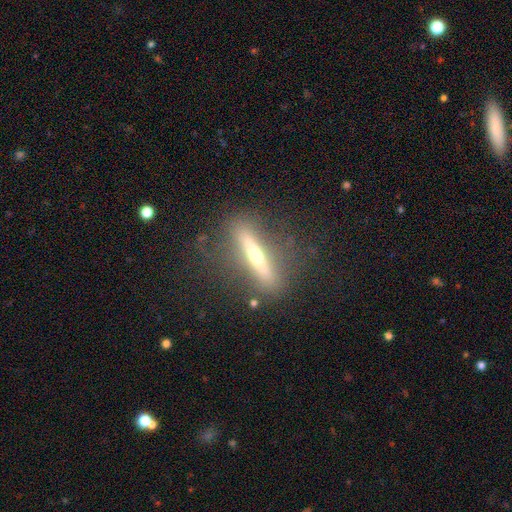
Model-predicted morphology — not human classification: type=featured or disk (64%); edge-on=yes (89%); edge-on bulge=rounded (85%); merging=none (80%).